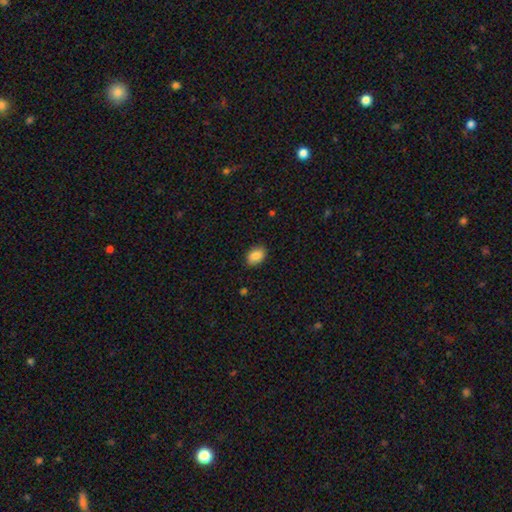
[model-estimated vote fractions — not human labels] Morphology: type=smooth (87%); roundness=in between (81%); merging=none (87%).